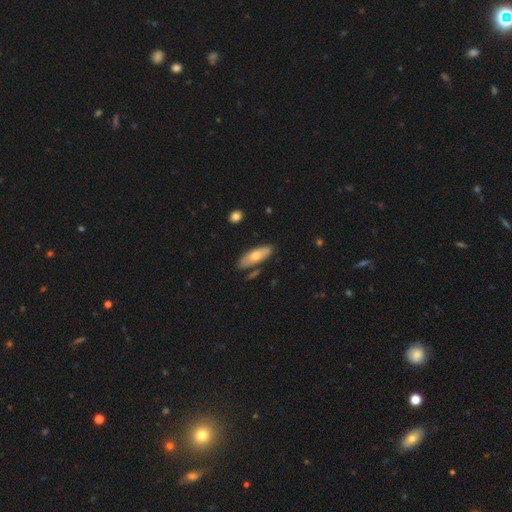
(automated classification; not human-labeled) smooth 64%, featured or disk 30%, star or artifact 6%. Down the decision tree: how rounded — in between (64%); merging — none (78%).